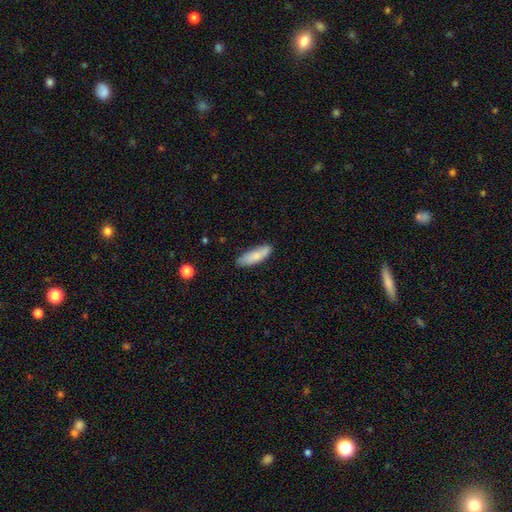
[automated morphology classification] The model was most divided on "how rounded": in between: 53%, cigar-shaped: 46%, round: 2%. More confident: smooth or featured — smooth (79%); merging — none (78%).